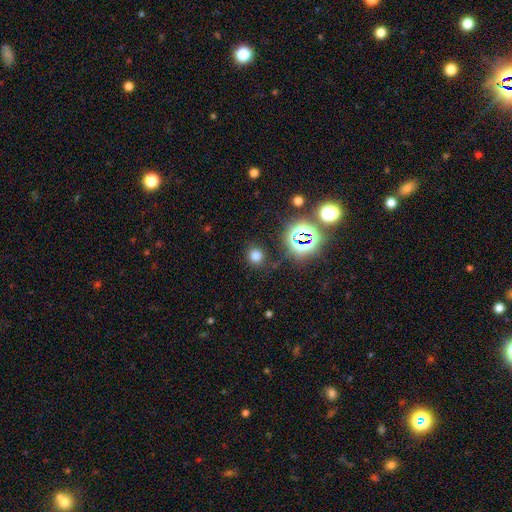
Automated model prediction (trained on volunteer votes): A smooth galaxy with no disk features (68%) that is round (89%).

Vote fractions:
- Smooth or featured? smooth: 68% / star or artifact: 25% / featured or disk: 7%
- How rounded? round: 89% / in between: 10% / cigar-shaped: 1%
- Merging? none: 86% / minor disturbance: 8% / major disturbance: 4% / merger: 2%